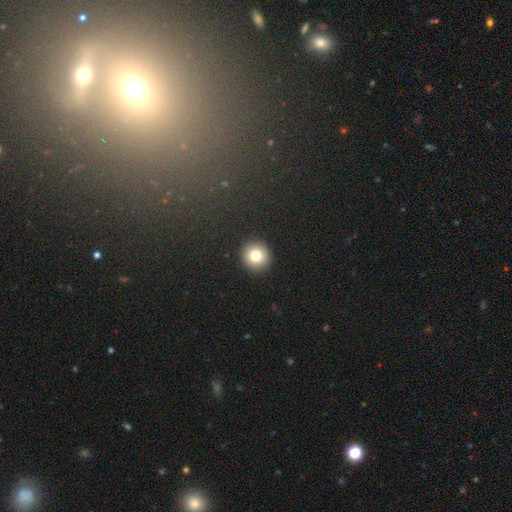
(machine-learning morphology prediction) A smooth galaxy with no disk features (80%) that is round (95%). Merging: none (92%).